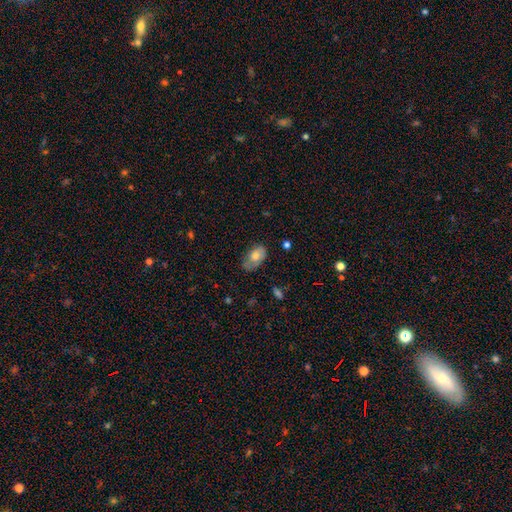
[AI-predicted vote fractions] Overall: smooth (72%). How rounded: in between (91%). Merging: none (58%; minor disturbance 31%).